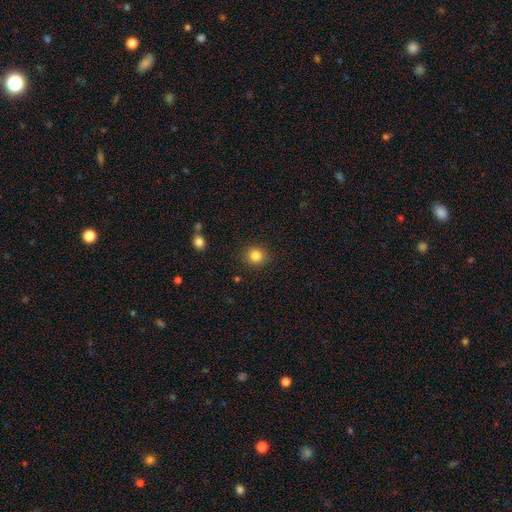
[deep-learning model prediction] The model was most divided on "how rounded": round: 85%, in between: 14%, cigar-shaped: 1%. More confident: merging — none (89%); smooth or featured — smooth (84%).